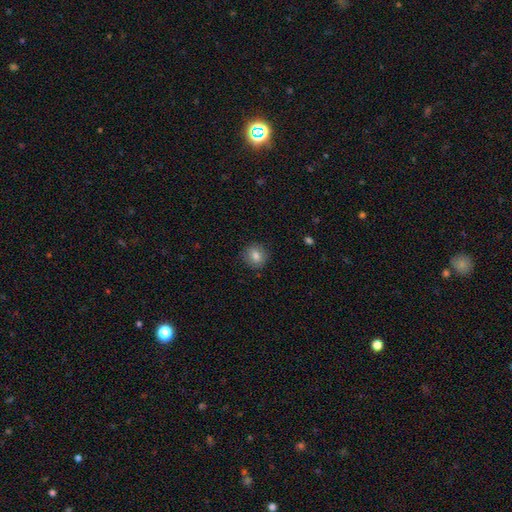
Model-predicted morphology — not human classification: smooth 82%, star or artifact 10%, featured or disk 8%. Down the decision tree: how rounded — round (84%); merging — none (89%).